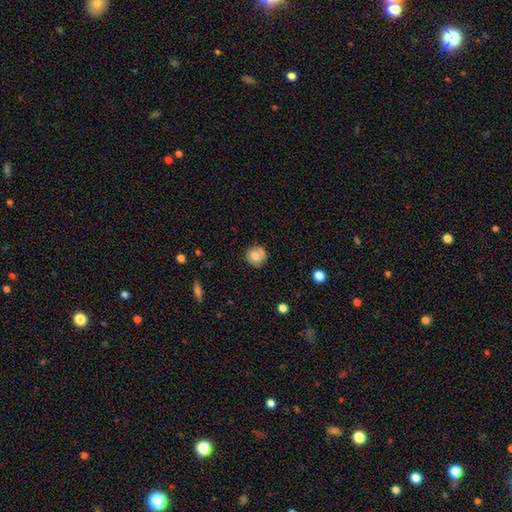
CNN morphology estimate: Smooth or featured: smooth — 69% (featured or disk — 22%)
How rounded: round — 86% (in between — 13%)
Merging: none — 68% (minor disturbance — 20%)